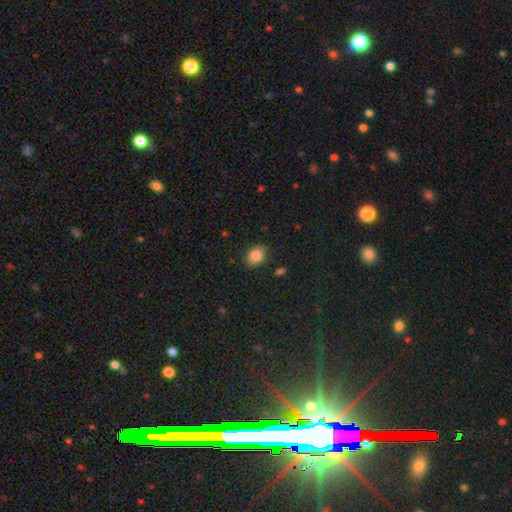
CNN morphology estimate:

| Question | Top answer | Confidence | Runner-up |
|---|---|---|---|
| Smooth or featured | smooth | 81% | featured or disk (10%) |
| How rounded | in between | 73% | round (25%) |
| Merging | none | 78% | minor disturbance (17%) |